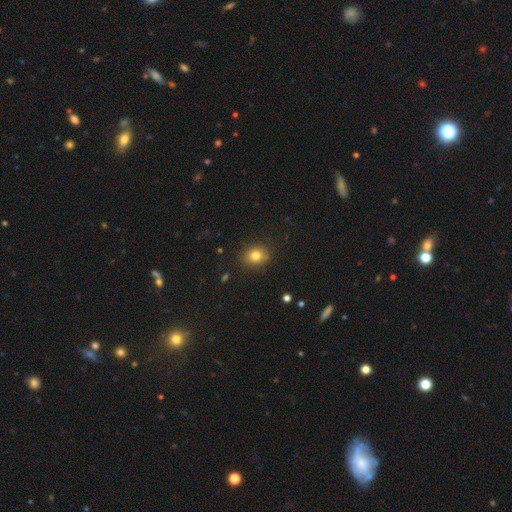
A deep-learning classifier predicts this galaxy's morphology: This appears to be a smooth galaxy with no disk features (81%) that is round (66%). Merging: none (85%).